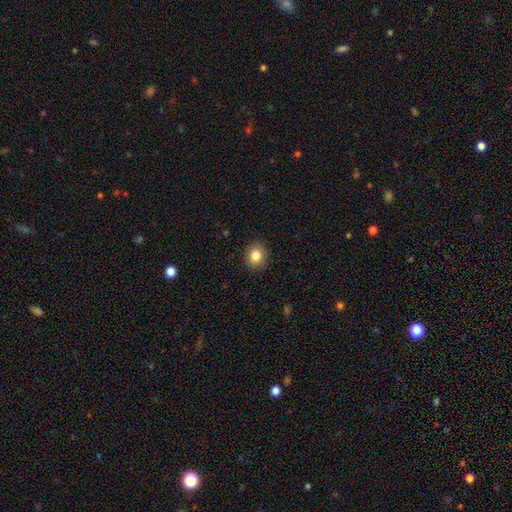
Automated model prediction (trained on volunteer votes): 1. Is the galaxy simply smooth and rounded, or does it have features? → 84% smooth, 10% star or artifact, 6% featured or disk.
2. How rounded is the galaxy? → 68% round, 31% in between, 1% cigar-shaped.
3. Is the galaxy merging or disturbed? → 91% none, 7% minor disturbance, 2% major disturbance, 1% merger.